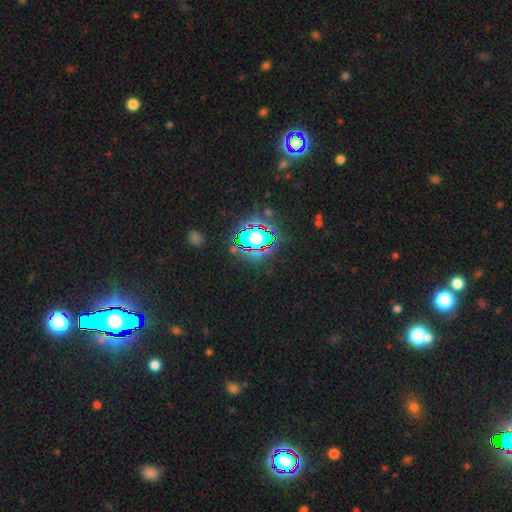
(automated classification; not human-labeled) star or artifact 83%, smooth 10%, featured or disk 7%.